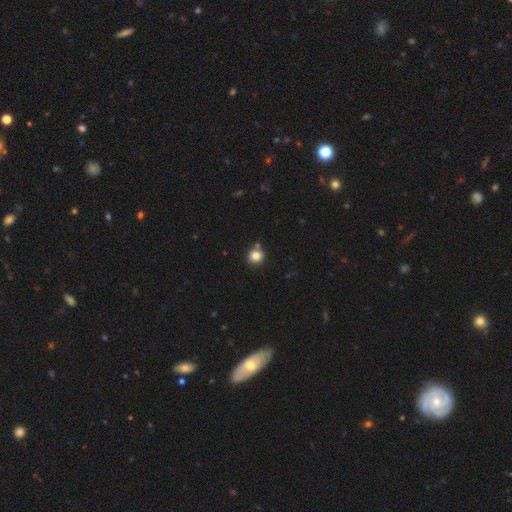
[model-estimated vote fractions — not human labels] Smooth or featured?
  - smooth: 84% *
  - star or artifact: 11%
  - featured or disk: 5%
How rounded?
  - round: 91% *
  - in between: 8%
  - cigar-shaped: 1%
Merging?
  - none: 77% *
  - minor disturbance: 11%
  - merger: 10%
  - major disturbance: 3%